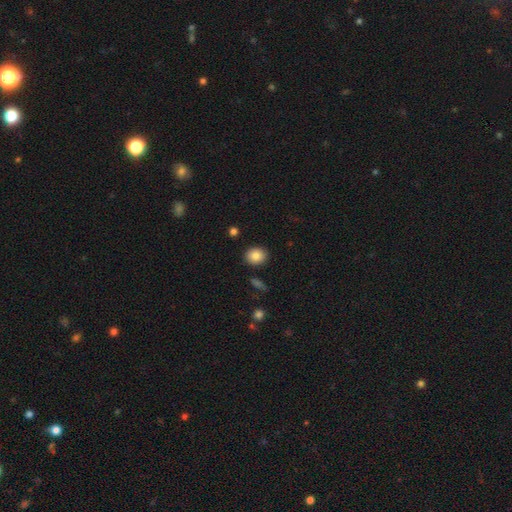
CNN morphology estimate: smooth 85%, star or artifact 8%, featured or disk 6%. Down the decision tree: how rounded — round (61%); merging — none (88%).